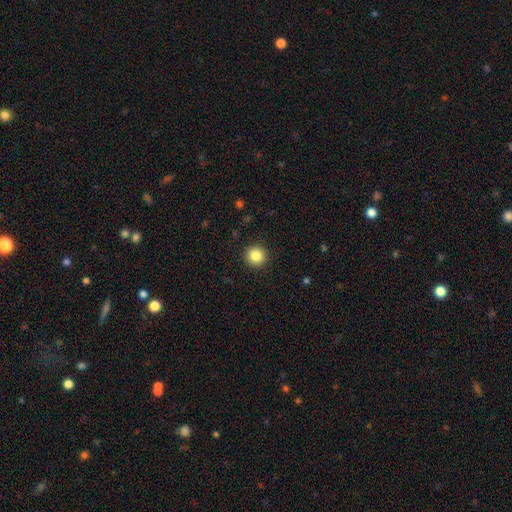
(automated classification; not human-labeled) smooth-or-featured: smooth: 85% | star or artifact: 10% | featured or disk: 5%
  how-rounded: round: 95% | in between: 4% | cigar-shaped: 1%
  merging: none: 92% | minor disturbance: 5% | major disturbance: 2% | merger: 1%